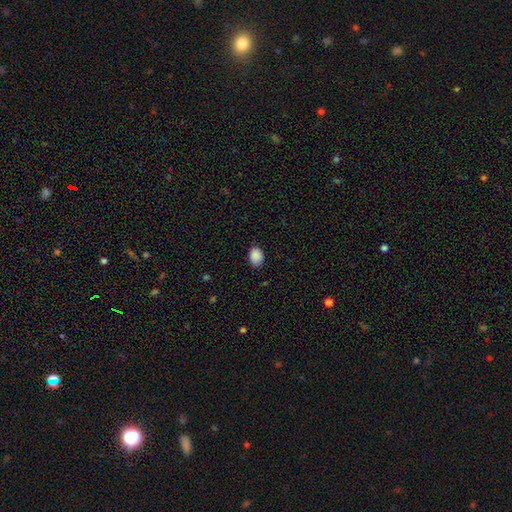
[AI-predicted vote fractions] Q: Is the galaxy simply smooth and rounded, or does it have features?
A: smooth — 89%.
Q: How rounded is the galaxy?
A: in between — 76%.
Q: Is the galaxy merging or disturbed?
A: none — 82%.